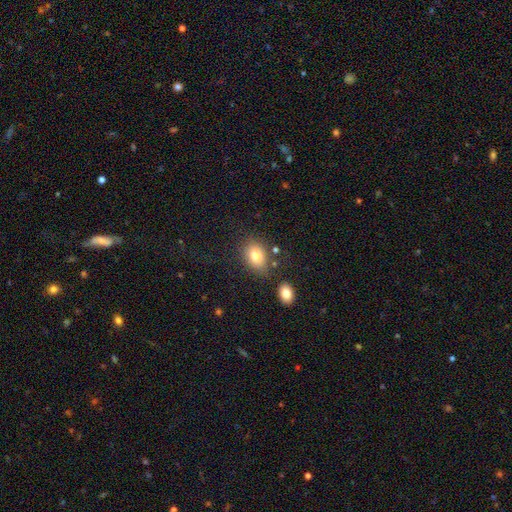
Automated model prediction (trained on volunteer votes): smooth 80%, featured or disk 11%, star or artifact 9%. Down the decision tree: how rounded — in between (73%); merging — none (71%).